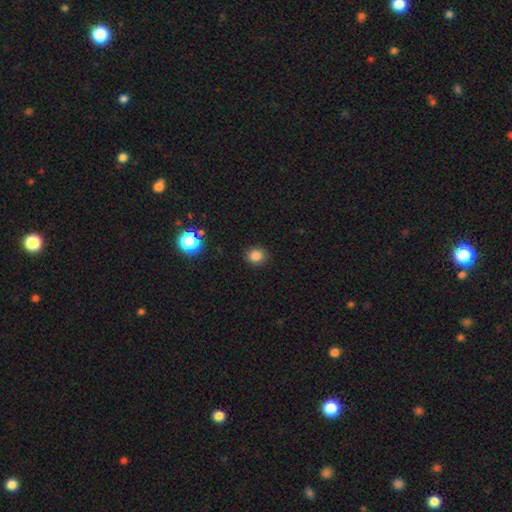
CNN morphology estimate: smooth_or_featured: smooth (p=0.83) [alt: star or artifact p=0.14]
how_rounded: round (p=0.80) [alt: in between p=0.19]
merging: none (p=0.90) [alt: minor disturbance p=0.06]